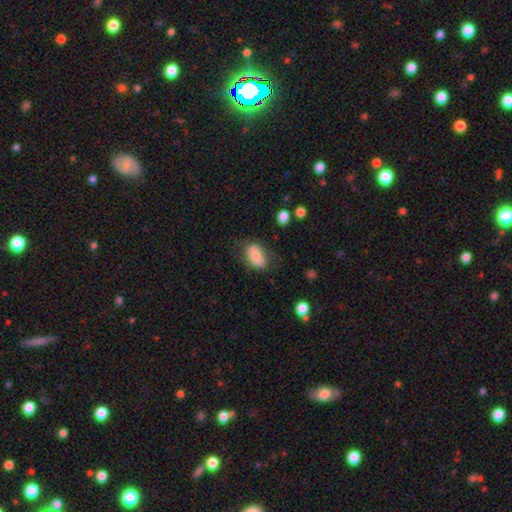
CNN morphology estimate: Smooth or featured: smooth — 77% (featured or disk — 16%)
How rounded: in between — 89% (round — 9%)
Merging: none — 65% (minor disturbance — 22%)